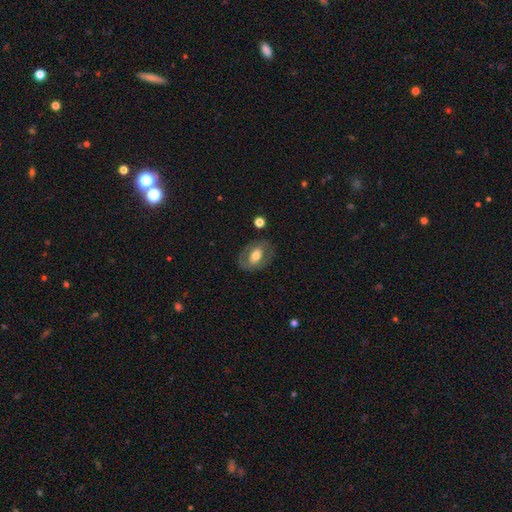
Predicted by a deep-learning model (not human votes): smooth-or-featured: featured or disk: 54% | smooth: 40% | star or artifact: 6%
  disk-edge-on: no: 92% | yes: 8%
  merging: none: 76% | minor disturbance: 15% | major disturbance: 7% | merger: 2%